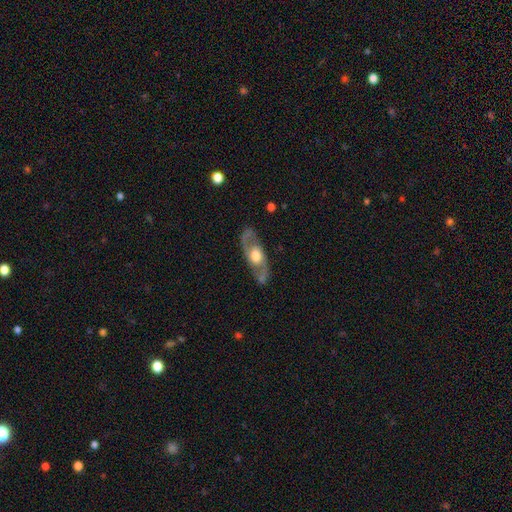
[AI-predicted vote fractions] Smooth or featured? Predicted: featured or disk (p=0.77). Edge-on disk? Predicted: no (p=0.82). Bar? Predicted: no (p=0.71). Spiral arms? Predicted: yes (p=0.75). Bulge size? Predicted: moderate (p=0.57). Merging? Predicted: none (p=0.80).